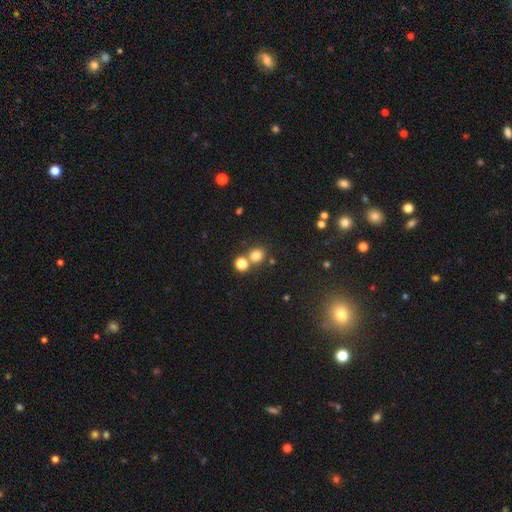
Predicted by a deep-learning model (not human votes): A smooth galaxy with no disk features (77%) that is round (83%).

Vote fractions:
- Smooth or featured? smooth: 77% / star or artifact: 16% / featured or disk: 6%
- How rounded? round: 83% / in between: 16% / cigar-shaped: 1%
- Merging? none: 66% / merger: 24% / minor disturbance: 7% / major disturbance: 3%